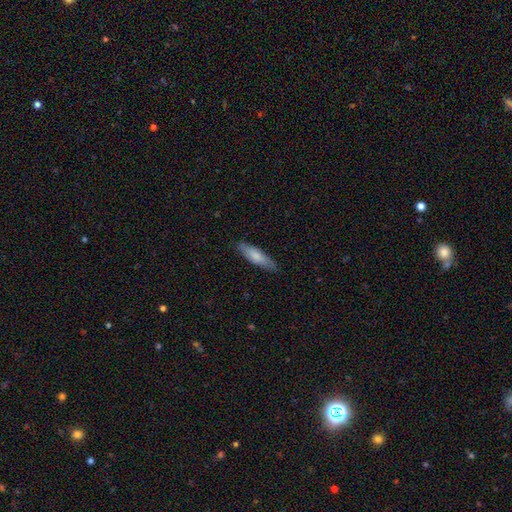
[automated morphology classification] Smooth or featured: smooth — 74% (featured or disk — 21%)
How rounded: cigar-shaped — 64% (in between — 34%)
Merging: none — 84% (minor disturbance — 13%)